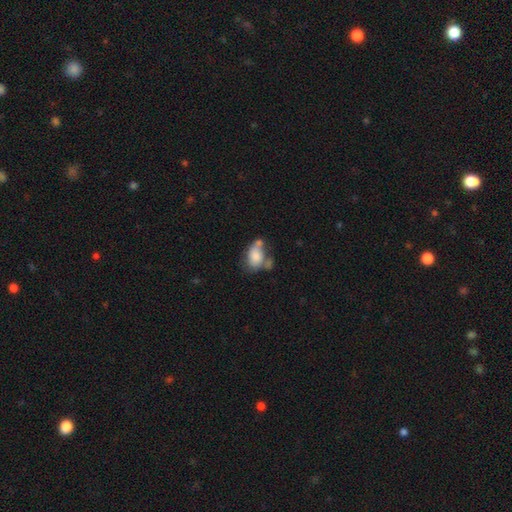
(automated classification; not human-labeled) smooth_or_featured: smooth (p=0.74) [alt: featured or disk p=0.18]
how_rounded: in between (p=0.83) [alt: round p=0.16]
merging: merger (p=0.35) [alt: none p=0.30]